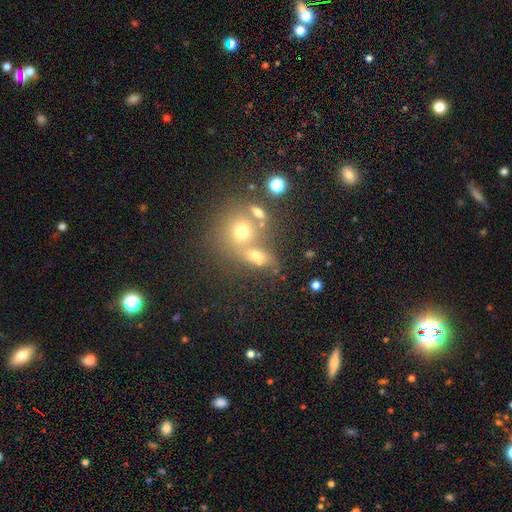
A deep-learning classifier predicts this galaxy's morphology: A smooth galaxy with no disk features (63%) that is round (49%). Merging: merger (47%).